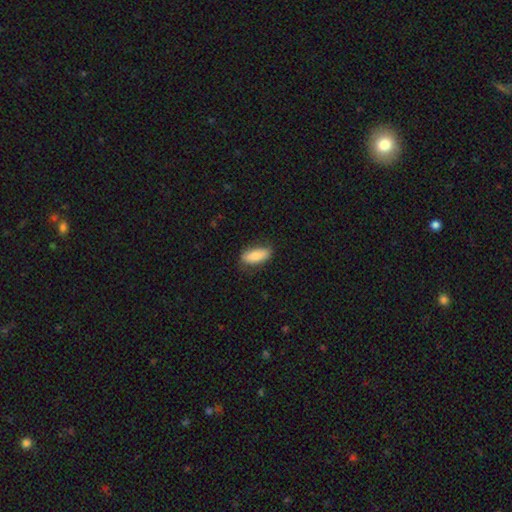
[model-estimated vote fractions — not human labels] smooth_or_featured: smooth (p=0.82) [alt: featured or disk p=0.12]
how_rounded: in between (p=0.80) [alt: cigar-shaped p=0.17]
merging: none (p=0.79) [alt: minor disturbance p=0.17]